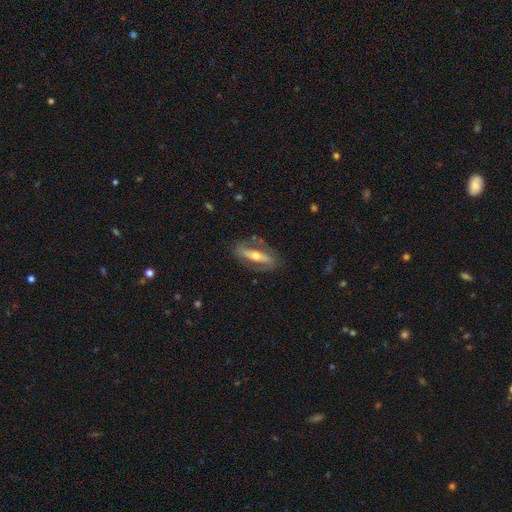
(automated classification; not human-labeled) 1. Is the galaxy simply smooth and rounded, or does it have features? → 70% featured or disk, 24% smooth, 6% star or artifact.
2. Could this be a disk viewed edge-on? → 63% no, 37% yes.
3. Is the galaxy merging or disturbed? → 76% none, 15% minor disturbance, 7% major disturbance, 2% merger.